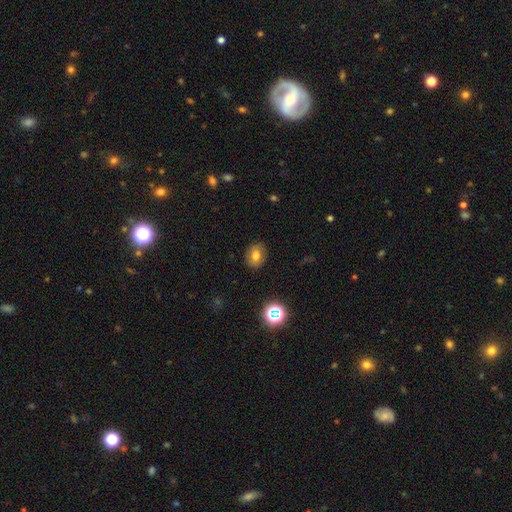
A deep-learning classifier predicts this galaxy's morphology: type=smooth (73%); roundness=in between (53%); merging=none (86%).